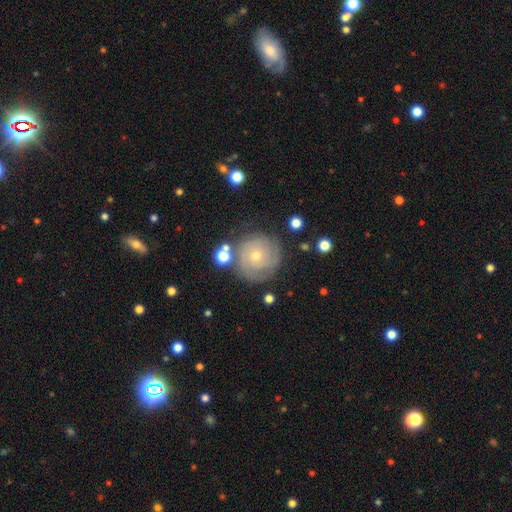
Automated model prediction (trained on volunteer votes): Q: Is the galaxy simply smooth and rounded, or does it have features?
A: featured or disk — 71%.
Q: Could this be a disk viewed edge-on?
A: no — 98%.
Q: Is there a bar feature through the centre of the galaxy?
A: no — 81%.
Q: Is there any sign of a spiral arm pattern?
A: yes — 91%.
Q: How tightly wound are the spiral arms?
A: tight — 77%.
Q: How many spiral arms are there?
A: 2 — 35%.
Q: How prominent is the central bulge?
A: small — 69%.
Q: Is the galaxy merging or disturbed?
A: none — 79%.